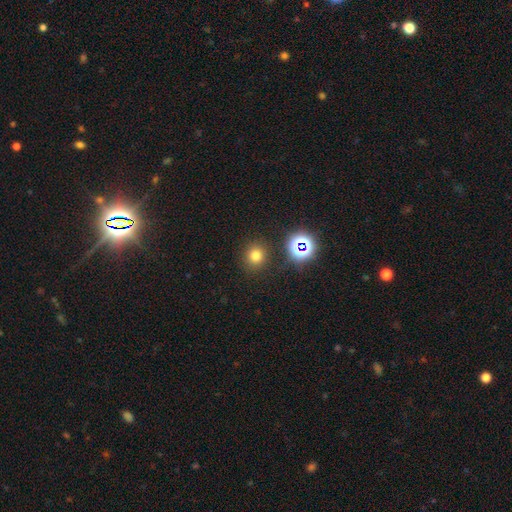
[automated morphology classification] Smooth or featured? Predicted: smooth (p=0.73). How rounded? Predicted: round (p=0.87). Merging? Predicted: none (p=0.87).